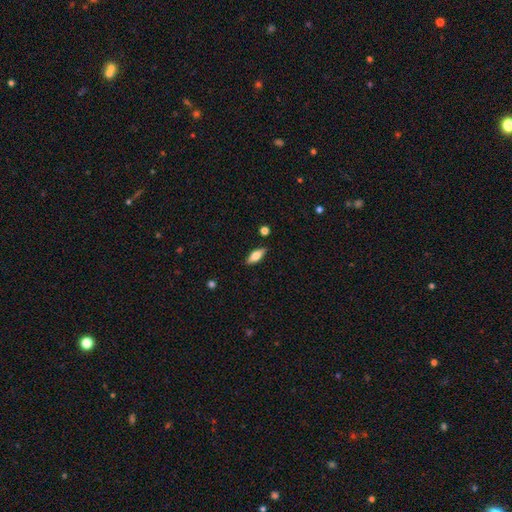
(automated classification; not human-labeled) Smooth or featured? smooth (64%)
How rounded? in between (68%)
Merging? none (86%)